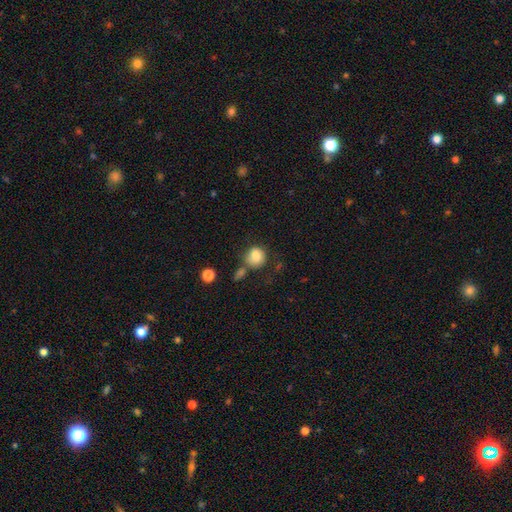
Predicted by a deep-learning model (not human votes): This is clearly a smooth galaxy (83%). How rounded: clearly round (82%). Merging: possibly none (59%).